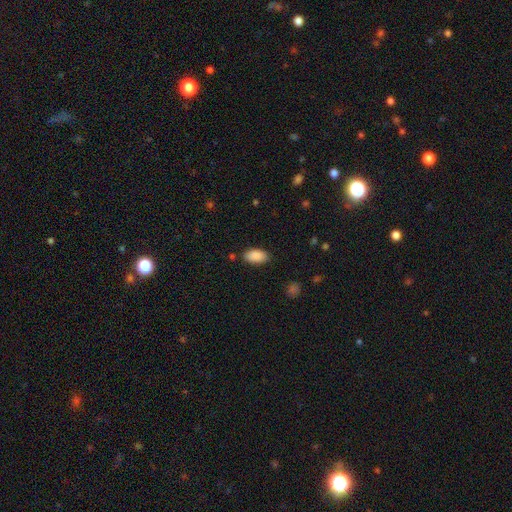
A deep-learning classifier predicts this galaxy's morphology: Q: Smooth or featured?
A: smooth (90%); runner-up: star or artifact (7%)
Q: How rounded?
A: in between (95%); runner-up: round (3%)
Q: Merging?
A: none (83%); runner-up: minor disturbance (12%)